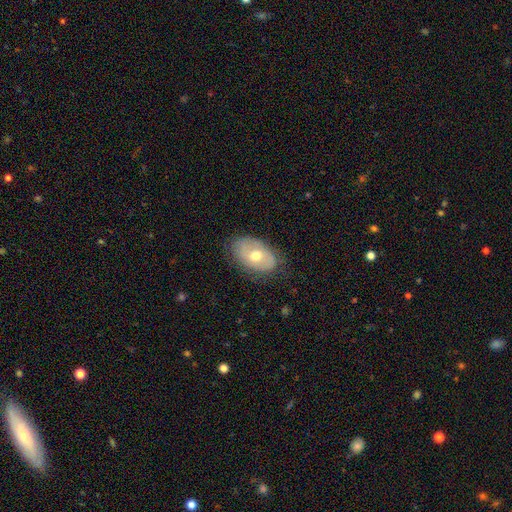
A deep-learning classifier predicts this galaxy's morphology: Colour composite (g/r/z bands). It shows a smooth galaxy with no disk features (50%). Merging: none (75%).